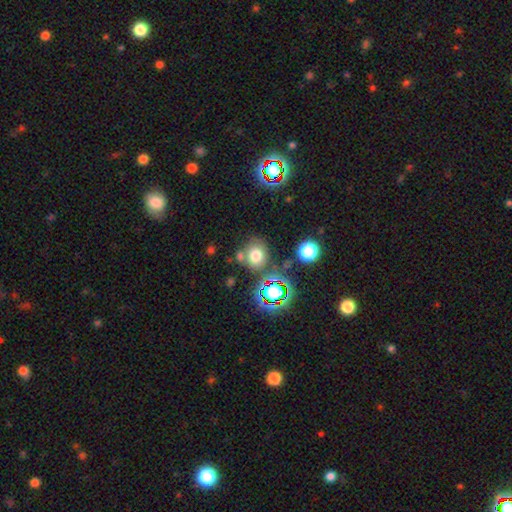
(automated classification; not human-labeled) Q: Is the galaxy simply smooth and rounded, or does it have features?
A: smooth — 69%.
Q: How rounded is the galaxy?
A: round — 69%.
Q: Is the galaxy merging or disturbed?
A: none — 63%.